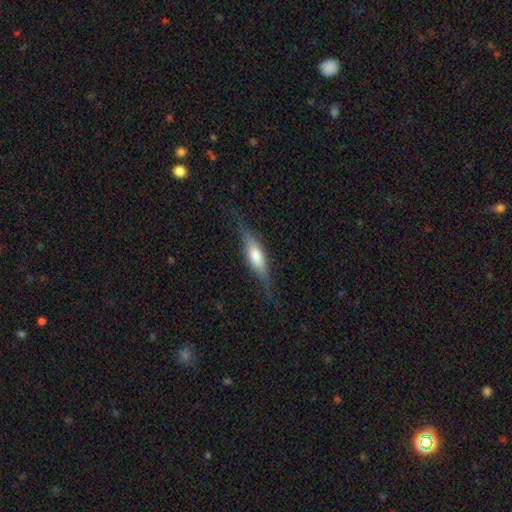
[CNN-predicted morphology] This appears to be a featured or disk galaxy (56%) viewed edge-on (92%) with a rounded central bulge (79%). Merging: none (77%).